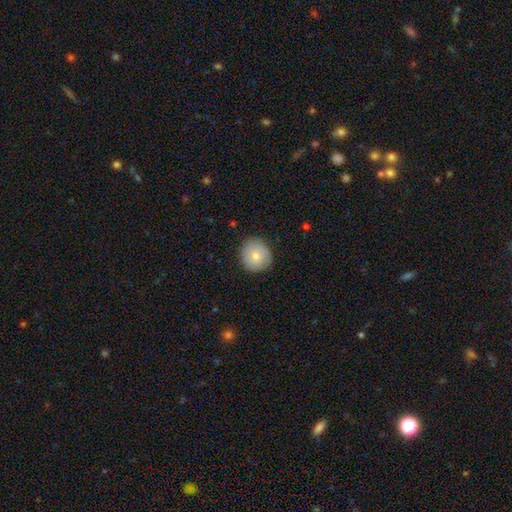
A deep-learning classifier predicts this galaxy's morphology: Smooth or featured? smooth (77%)
How rounded? round (91%)
Merging? none (85%)